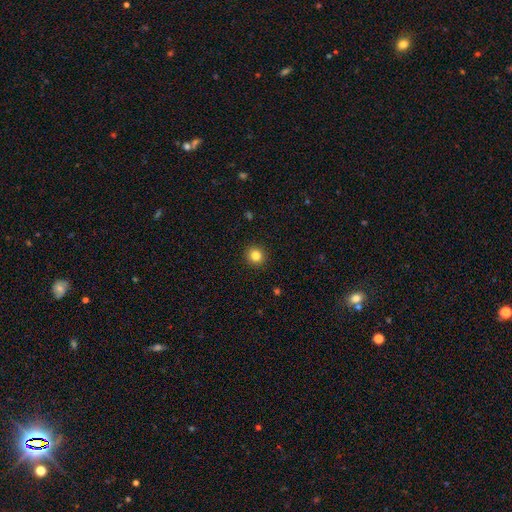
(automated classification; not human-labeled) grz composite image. It shows a smooth galaxy with no disk features (83%) that is round (92%). Merging: none (93%).